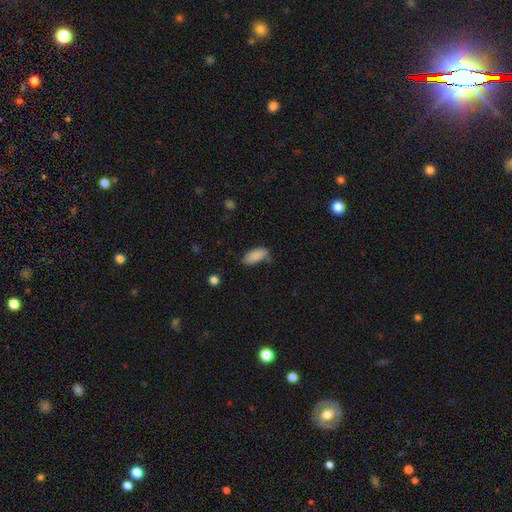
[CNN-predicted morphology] smooth_or_featured: smooth (p=0.86) [alt: star or artifact p=0.08]
how_rounded: in between (p=0.90) [alt: cigar-shaped p=0.08]
merging: none (p=0.60) [alt: minor disturbance p=0.28]